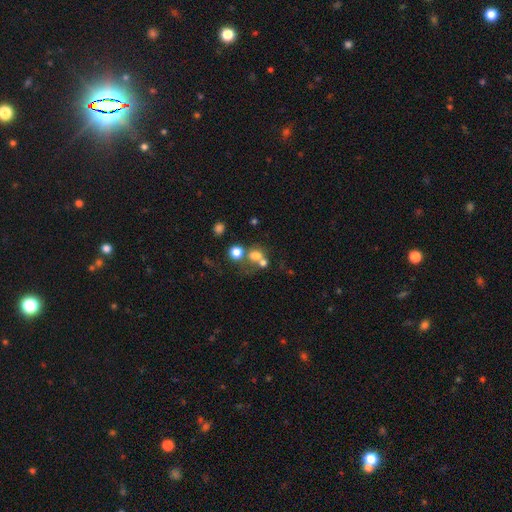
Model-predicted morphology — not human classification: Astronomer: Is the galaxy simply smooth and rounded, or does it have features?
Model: smooth — 64%.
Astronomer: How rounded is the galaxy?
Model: round — 68%.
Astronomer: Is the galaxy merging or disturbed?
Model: merger — 45% (runner-up: none, 36%).